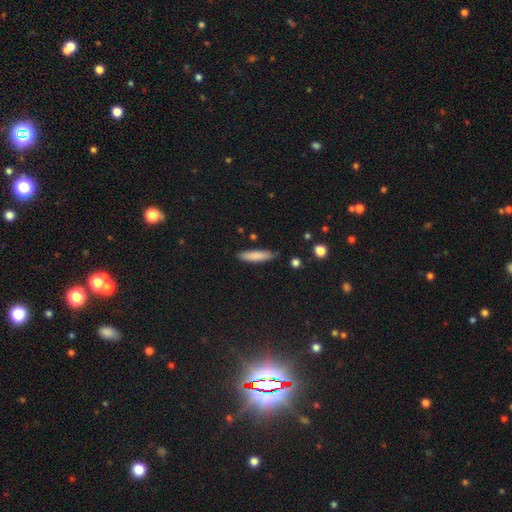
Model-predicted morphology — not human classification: Smooth or featured?
  - smooth: 82% *
  - featured or disk: 11%
  - star or artifact: 6%
How rounded?
  - cigar-shaped: 77% *
  - in between: 22%
  - round: 1%
Merging?
  - none: 79% *
  - minor disturbance: 16%
  - major disturbance: 3%
  - merger: 2%